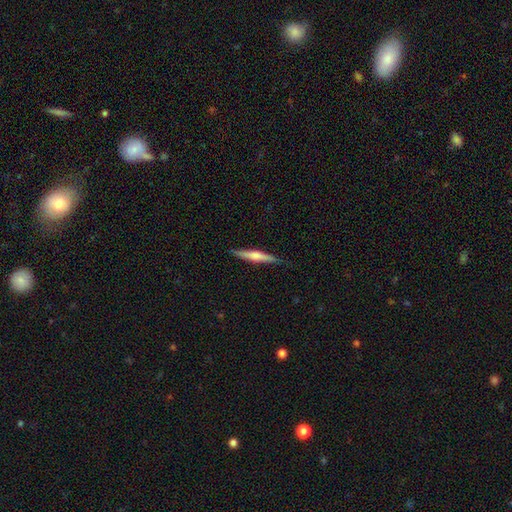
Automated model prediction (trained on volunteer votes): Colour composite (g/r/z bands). It shows a featured or disk galaxy (48%). Merging: none (88%).